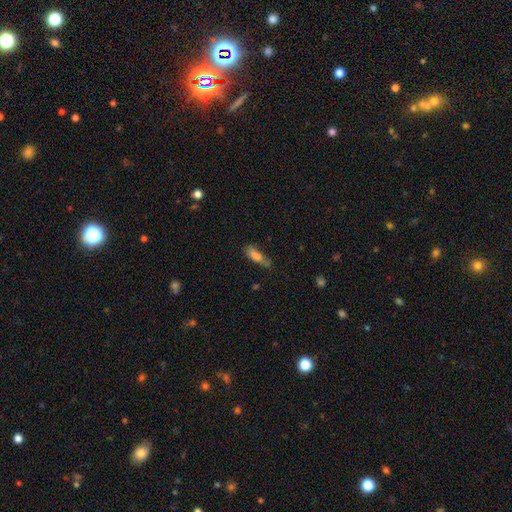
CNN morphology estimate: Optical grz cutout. It shows a smooth galaxy with no disk features (77%) that is in between round and cigar-shaped (52%). Merging: none (50%).